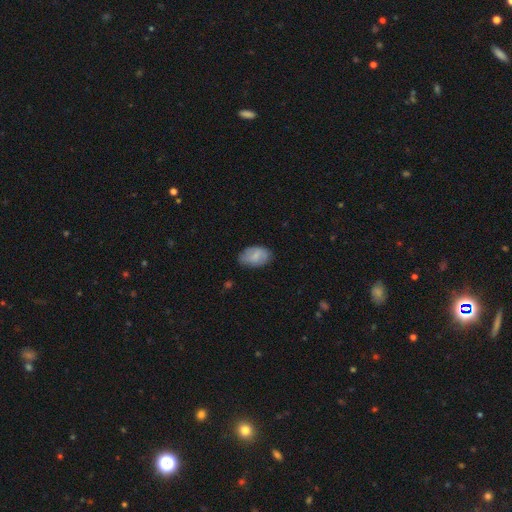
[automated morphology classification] smooth-or-featured: smooth: 72% | featured or disk: 21% | star or artifact: 7%
  how-rounded: in between: 91% | round: 8% | cigar-shaped: 2%
  merging: none: 71% | minor disturbance: 23% | major disturbance: 5% | merger: 1%